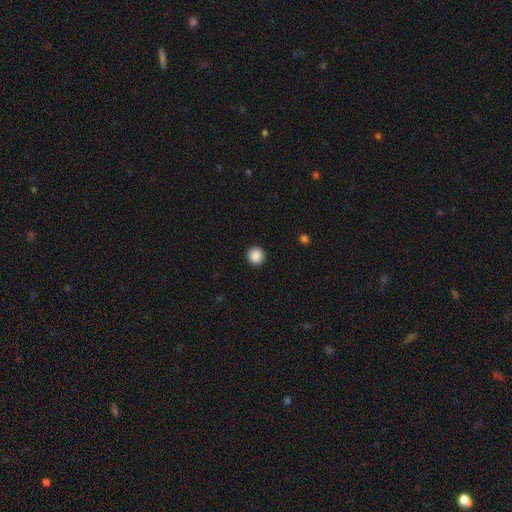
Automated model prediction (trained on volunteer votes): smooth 89%, star or artifact 9%, featured or disk 2%. Down the decision tree: how rounded — round (95%); merging — none (93%).